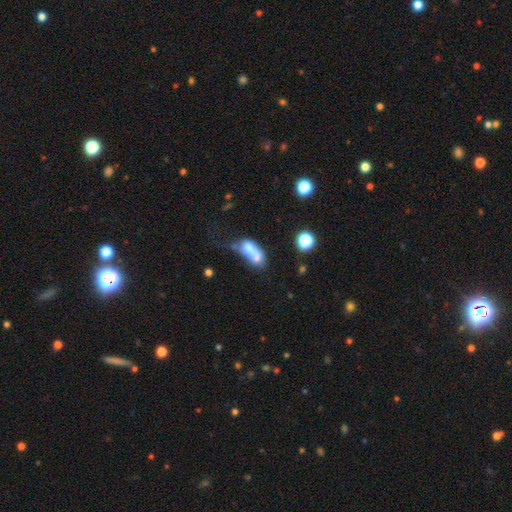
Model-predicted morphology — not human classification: A smooth galaxy with no disk features (60%) that is in between round and cigar-shaped (73%).

Vote fractions:
- Smooth or featured? smooth: 60% / featured or disk: 29% / star or artifact: 11%
- How rounded? in between: 73% / cigar-shaped: 16% / round: 11%
- Merging? merger: 56% / none: 17% / major disturbance: 15% / minor disturbance: 12%